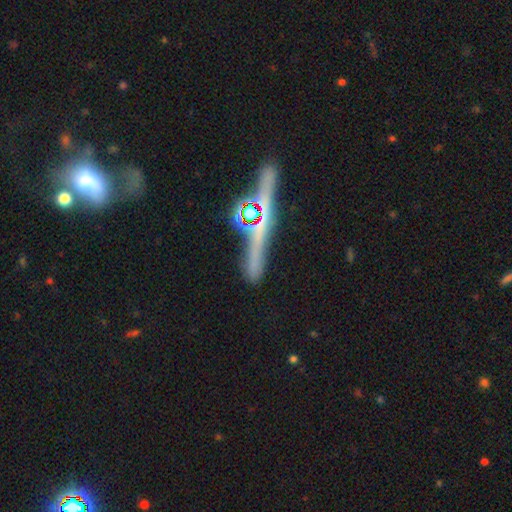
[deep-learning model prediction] Smooth or featured?
  - featured or disk: 70% *
  - smooth: 17%
  - star or artifact: 13%
Edge-on disk?
  - yes: 92% *
  - no: 8%
Edge-on bulge?
  - rounded: 62% *
  - none: 29%
  - boxy: 9%
Merging?
  - none: 69% *
  - minor disturbance: 14%
  - merger: 12%
  - major disturbance: 6%